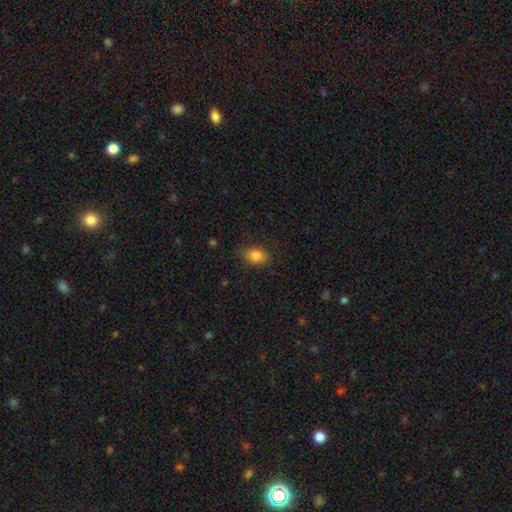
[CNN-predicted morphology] Smooth or featured? Predicted: smooth (p=0.84). How rounded? Predicted: in between (p=0.76). Merging? Predicted: none (p=0.82).